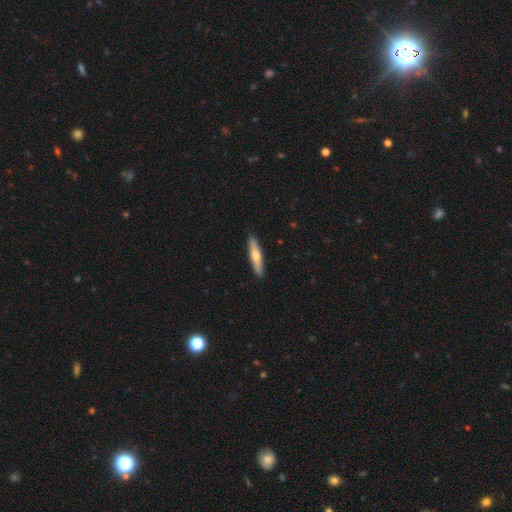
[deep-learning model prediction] Smooth or featured?
  - smooth: 60% *
  - featured or disk: 35%
  - star or artifact: 5%
How rounded?
  - cigar-shaped: 85% *
  - in between: 13%
  - round: 2%
Merging?
  - none: 91% *
  - minor disturbance: 7%
  - major disturbance: 1%
  - merger: 1%